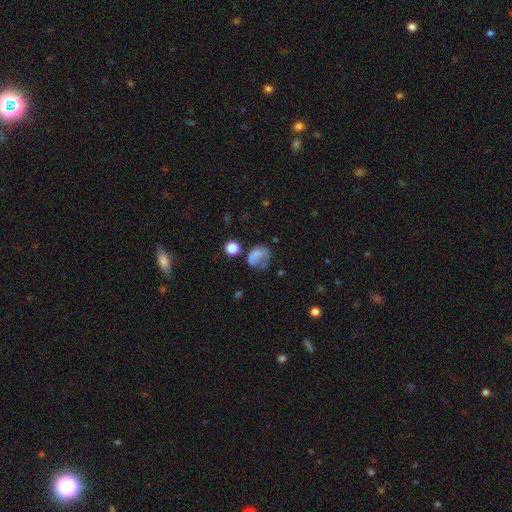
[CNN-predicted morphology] This appears to be a smooth galaxy with no disk features (69%) that is in between round and cigar-shaped (67%). Merging: none (34%).